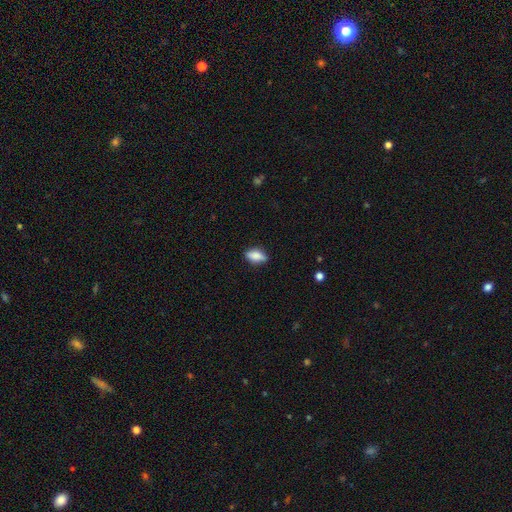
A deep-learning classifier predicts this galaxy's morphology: This is likely a smooth galaxy (78%). How rounded: clearly in between (84%). Merging: clearly none (81%).